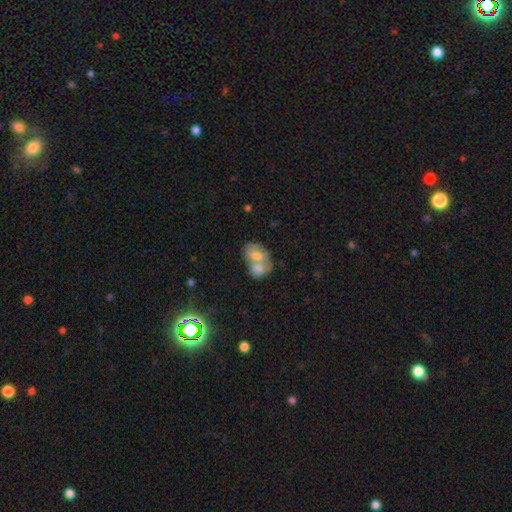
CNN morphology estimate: type=smooth (44%); merging=merger (65%).